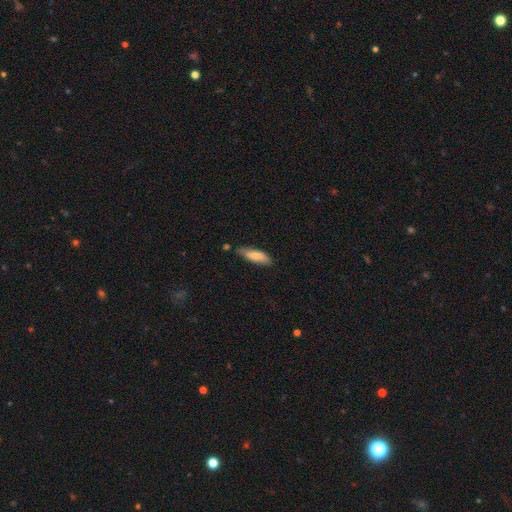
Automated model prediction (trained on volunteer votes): smooth-or-featured: smooth: 78% | featured or disk: 16% | star or artifact: 6%
  how-rounded: cigar-shaped: 51% | in between: 47% | round: 2%
  merging: none: 72% | minor disturbance: 21% | merger: 4% | major disturbance: 3%